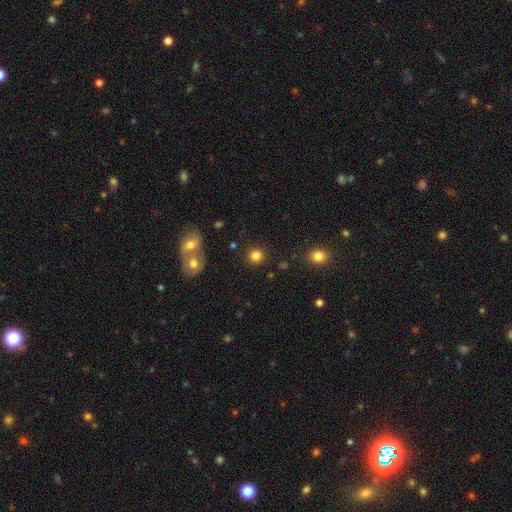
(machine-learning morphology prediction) Smooth or featured: smooth — 83% (star or artifact — 12%)
How rounded: round — 92% (in between — 7%)
Merging: none — 88% (minor disturbance — 6%)